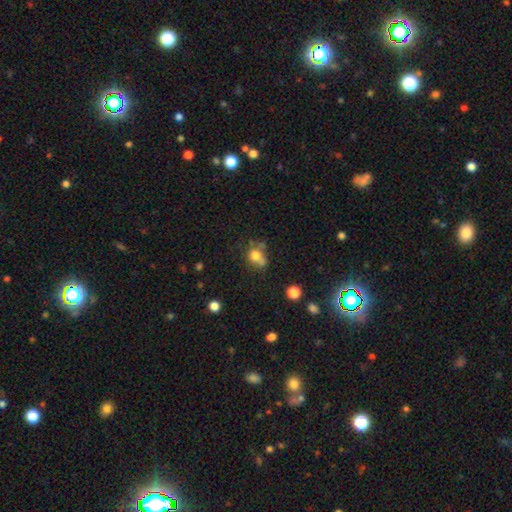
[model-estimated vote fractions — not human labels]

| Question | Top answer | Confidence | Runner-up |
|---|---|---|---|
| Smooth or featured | smooth | 72% | featured or disk (15%) |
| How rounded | round | 68% | in between (31%) |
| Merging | none | 40% | merger (29%) |